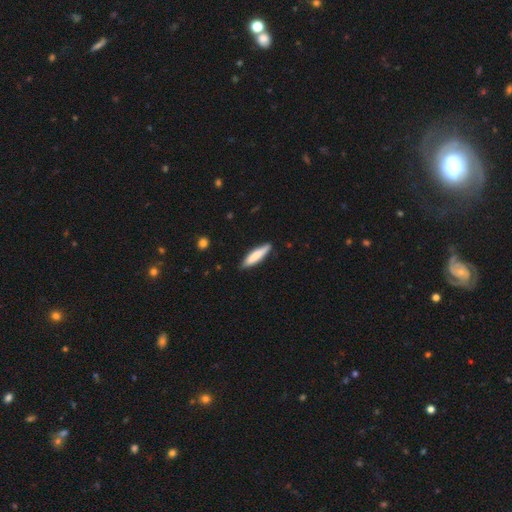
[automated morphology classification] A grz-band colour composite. It shows a smooth galaxy with no disk features (77%) that is cigar-shaped (79%). Merging: none (85%).